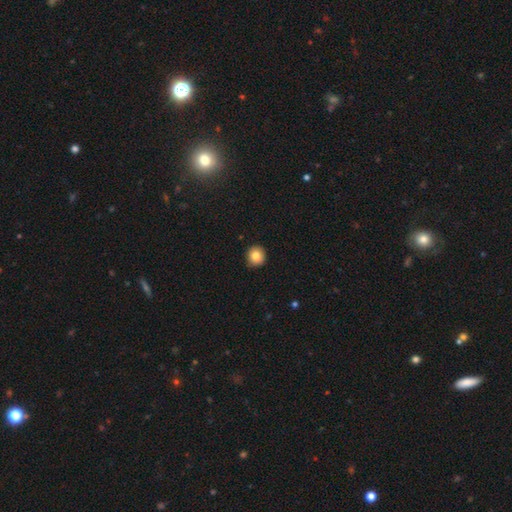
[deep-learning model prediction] A smooth galaxy with no disk features (83%) that is round (91%). Merging: none (91%).